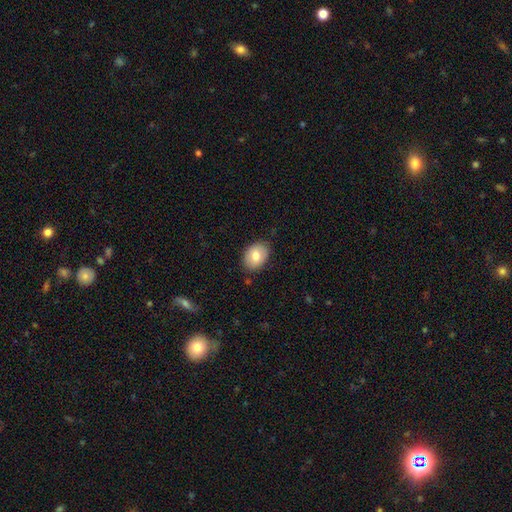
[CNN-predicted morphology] smooth-or-featured: smooth: 78% | featured or disk: 15% | star or artifact: 7%
  how-rounded: in between: 74% | round: 25% | cigar-shaped: 1%
  merging: none: 85% | minor disturbance: 12% | major disturbance: 2% | merger: 1%